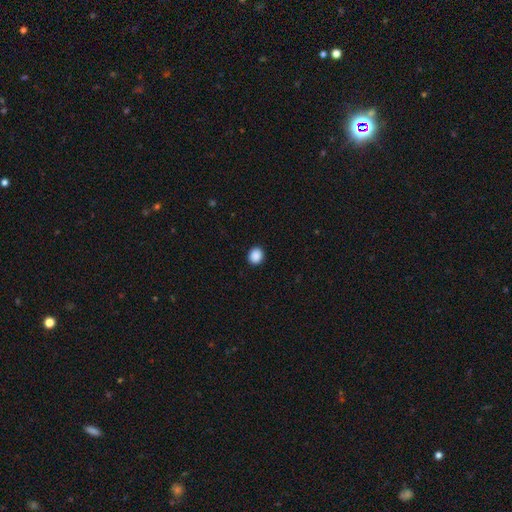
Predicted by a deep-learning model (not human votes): This appears to be a smooth galaxy with no disk features (89%) that is round (78%). Merging: none (92%).